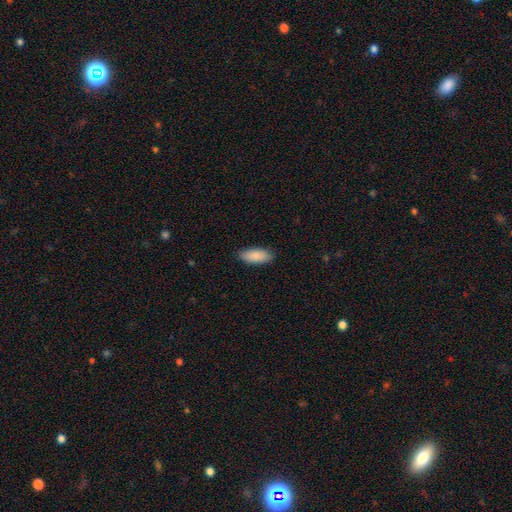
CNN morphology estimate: This is clearly a smooth galaxy (89%). How rounded: clearly in between (83%). Merging: clearly none (86%).